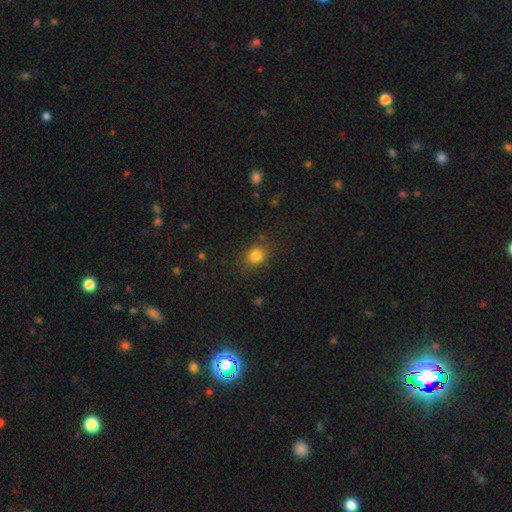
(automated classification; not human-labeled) Smooth or featured? smooth (82%)
How rounded? round (67%)
Merging? none (83%)